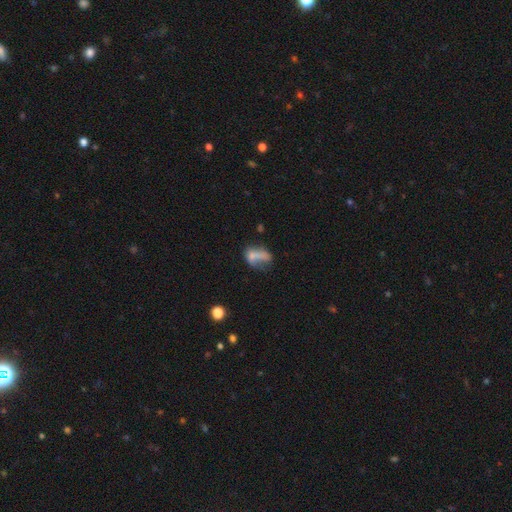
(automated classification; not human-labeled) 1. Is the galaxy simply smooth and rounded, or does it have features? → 58% smooth, 30% featured or disk, 12% star or artifact.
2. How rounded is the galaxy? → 75% in between, 16% round, 9% cigar-shaped.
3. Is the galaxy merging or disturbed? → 33% major disturbance, 28% none, 20% minor disturbance, 19% merger.